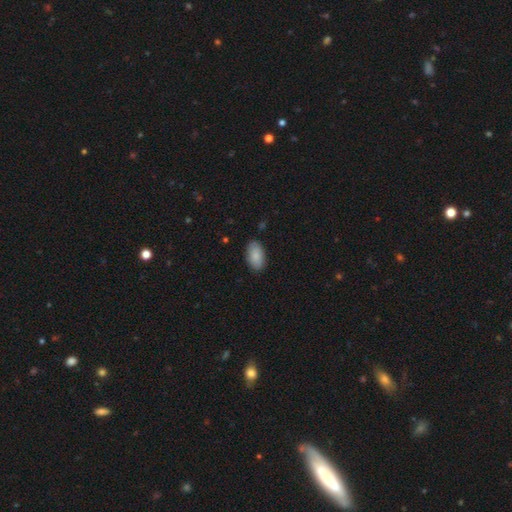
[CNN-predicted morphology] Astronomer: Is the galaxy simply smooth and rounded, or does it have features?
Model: smooth — 88%.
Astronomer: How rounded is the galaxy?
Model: in between — 95%.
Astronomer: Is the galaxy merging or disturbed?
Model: none — 86%.